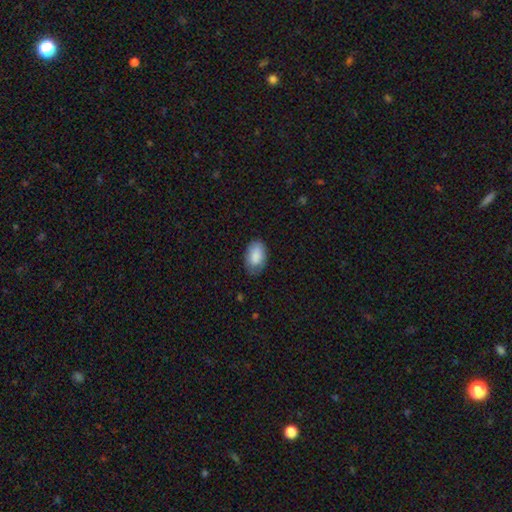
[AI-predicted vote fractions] Smooth or featured: smooth — 85% (featured or disk — 8%)
How rounded: in between — 92% (round — 7%)
Merging: none — 73% (minor disturbance — 22%)